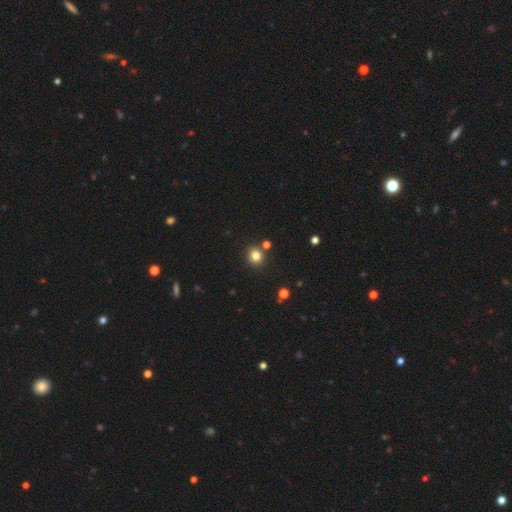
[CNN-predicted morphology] A smooth galaxy with no disk features (80%) that is round (91%). Merging: none (85%).